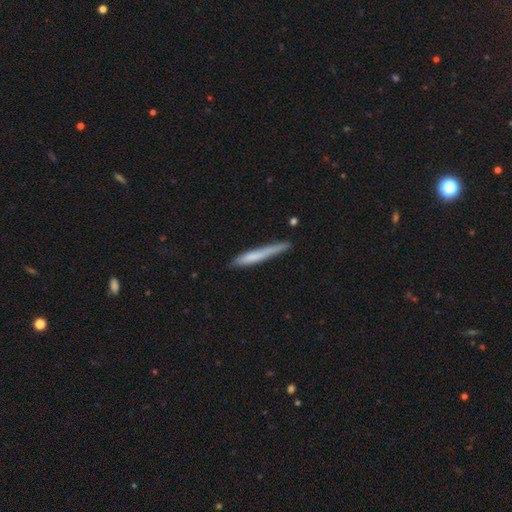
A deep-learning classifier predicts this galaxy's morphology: A smooth galaxy with no disk features (68%) that is cigar-shaped (96%).

Vote fractions:
- Smooth or featured? smooth: 68% / featured or disk: 26% / star or artifact: 6%
- How rounded? cigar-shaped: 96% / in between: 3% / round: 1%
- Merging? none: 73% / minor disturbance: 21% / major disturbance: 4% / merger: 3%